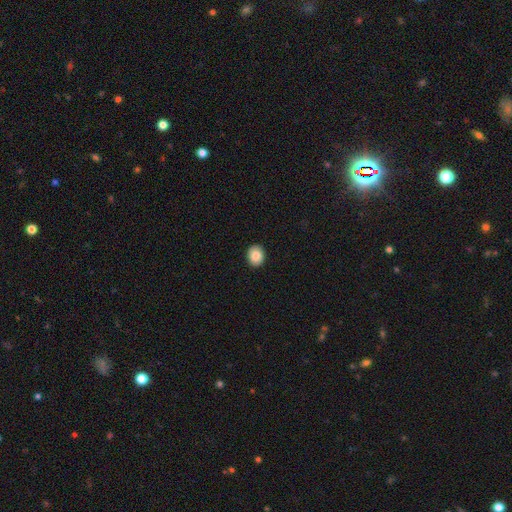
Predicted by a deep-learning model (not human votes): Smooth or featured? Predicted: smooth (p=0.86). How rounded? Predicted: round (p=0.58). Merging? Predicted: none (p=0.91).